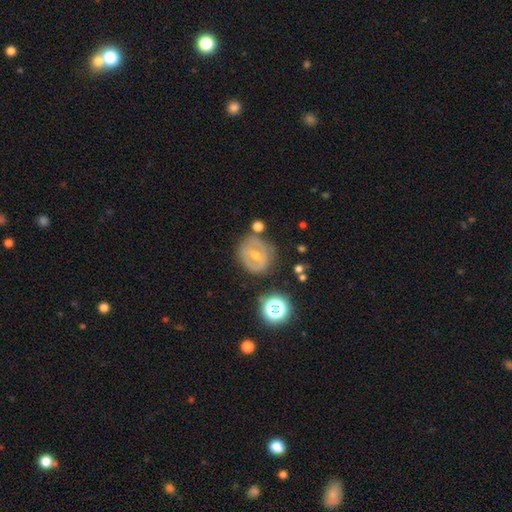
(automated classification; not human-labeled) The model was most divided on "bar": weak: 40%, no: 35%, strong: 25%. More confident: edge-on disk — no (95%); merging — none (70%); spiral arms — no (65%); smooth or featured — featured or disk (60%); bulge size — moderate (60%).